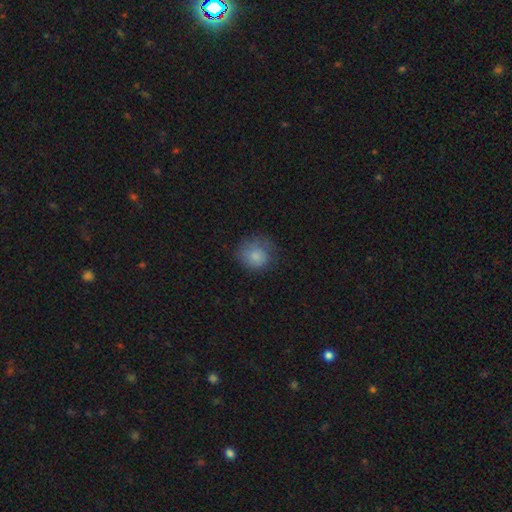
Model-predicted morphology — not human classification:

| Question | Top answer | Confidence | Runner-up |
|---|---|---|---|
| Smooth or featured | smooth | 82% | featured or disk (10%) |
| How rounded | round | 85% | in between (14%) |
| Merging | none | 65% | minor disturbance (23%) |